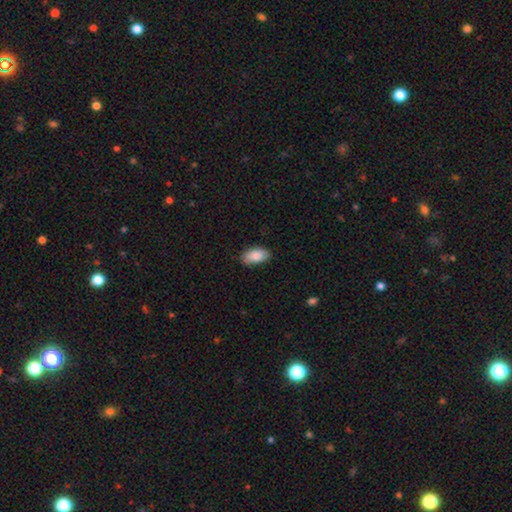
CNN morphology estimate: smooth-or-featured: smooth: 87% | featured or disk: 6% | star or artifact: 6%
  how-rounded: in between: 94% | cigar-shaped: 3% | round: 3%
  merging: none: 83% | minor disturbance: 14% | major disturbance: 2% | merger: 1%